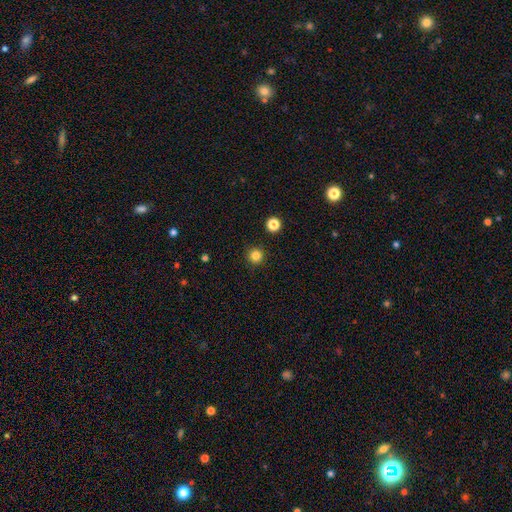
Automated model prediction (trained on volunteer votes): A smooth galaxy with no disk features (83%) that is round (96%).

Vote fractions:
- Smooth or featured? smooth: 83% / star or artifact: 13% / featured or disk: 4%
- How rounded? round: 96% / in between: 3% / cigar-shaped: 1%
- Merging? none: 92% / minor disturbance: 5% / major disturbance: 2% / merger: 1%